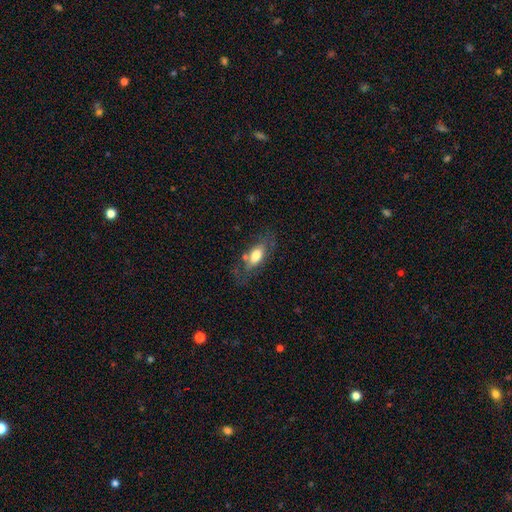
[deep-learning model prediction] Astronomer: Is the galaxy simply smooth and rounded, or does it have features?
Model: smooth — 66%.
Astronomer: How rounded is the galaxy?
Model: in between — 82%.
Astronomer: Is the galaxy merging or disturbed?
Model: none — 61%.